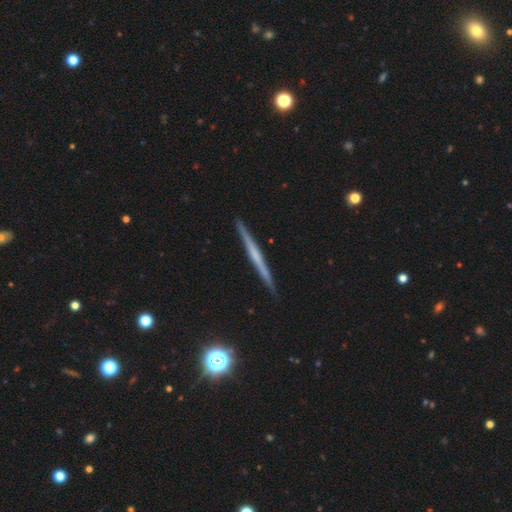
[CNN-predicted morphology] A featured or disk galaxy (65%) viewed edge-on (98%) with no central bulge (71%).

Vote fractions:
- Smooth or featured? featured or disk: 65% / smooth: 28% / star or artifact: 6%
- Edge-on disk? yes: 98% / no: 2%
- Edge-on bulge? none: 71% / rounded: 20% / boxy: 8%
- Merging? none: 92% / minor disturbance: 6% / major disturbance: 1% / merger: 1%